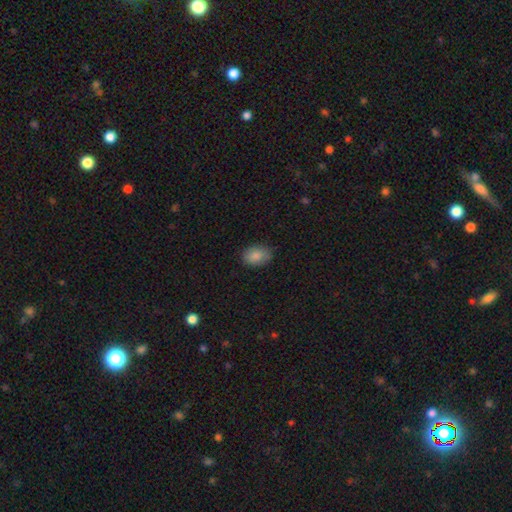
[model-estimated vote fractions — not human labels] Smooth or featured?
  - smooth: 87% *
  - star or artifact: 7%
  - featured or disk: 5%
How rounded?
  - in between: 84% *
  - round: 15%
  - cigar-shaped: 1%
Merging?
  - none: 81% *
  - minor disturbance: 16%
  - major disturbance: 3%
  - merger: 1%